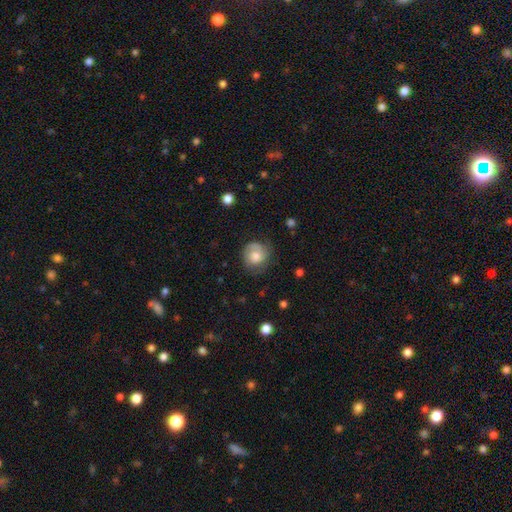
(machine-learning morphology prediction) smooth-or-featured: smooth: 63% | featured or disk: 29% | star or artifact: 8%
  how-rounded: round: 82% | in between: 17% | cigar-shaped: 1%
  merging: none: 63% | minor disturbance: 24% | major disturbance: 11% | merger: 1%